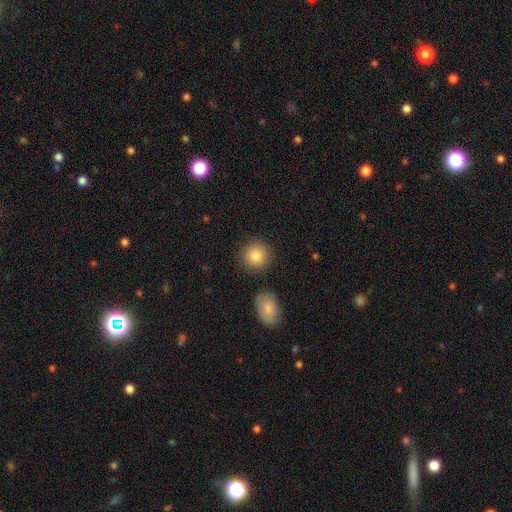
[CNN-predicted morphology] Smooth or featured? smooth (86%)
How rounded? round (91%)
Merging? none (86%)